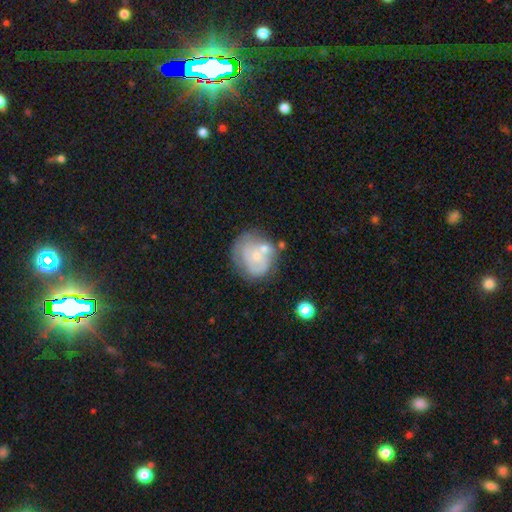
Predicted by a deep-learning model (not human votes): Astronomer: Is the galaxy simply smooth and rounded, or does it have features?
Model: featured or disk — 50% (runner-up: smooth, 42%).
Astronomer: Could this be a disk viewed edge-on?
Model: no — 98%.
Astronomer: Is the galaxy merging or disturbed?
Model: none — 42% (runner-up: minor disturbance, 24%).